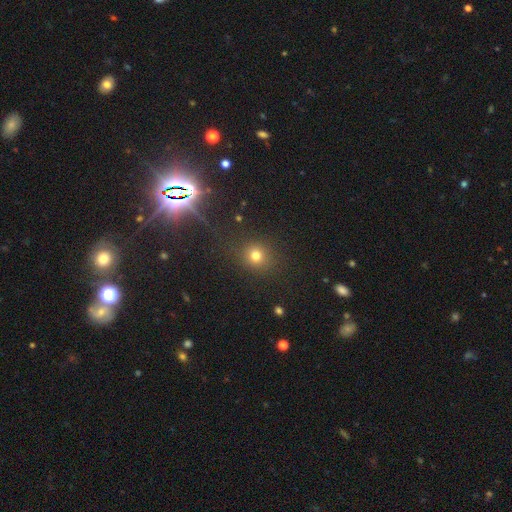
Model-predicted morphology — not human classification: Smooth or featured? smooth (73%)
How rounded? round (86%)
Merging? none (83%)